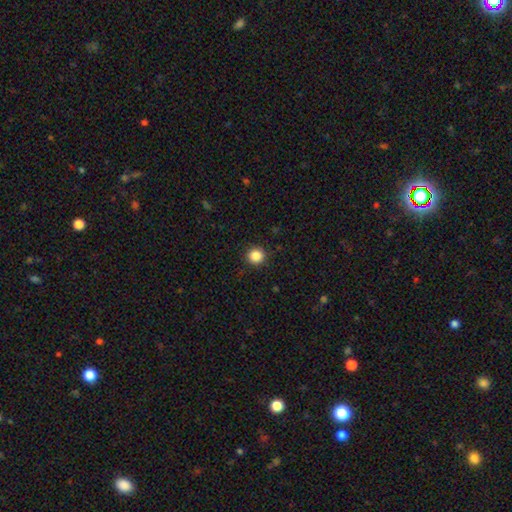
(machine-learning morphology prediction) type=smooth (86%); roundness=round (93%); merging=none (92%).